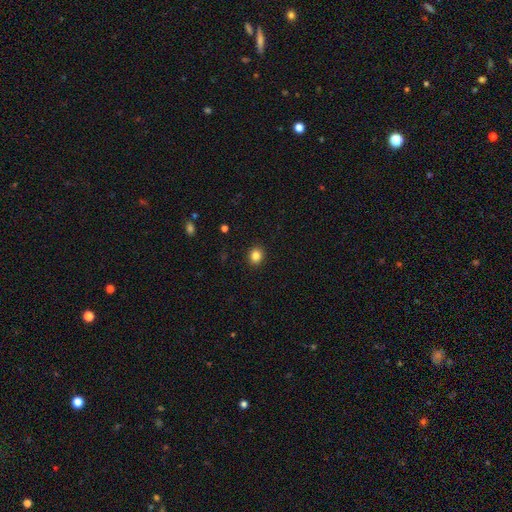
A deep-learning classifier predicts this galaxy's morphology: Smooth or featured: smooth — 85% (star or artifact — 11%)
How rounded: round — 73% (in between — 26%)
Merging: none — 91% (minor disturbance — 6%)